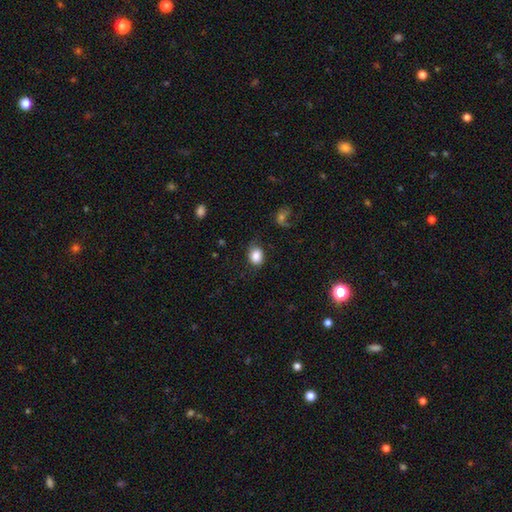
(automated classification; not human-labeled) Q: Smooth or featured?
A: smooth (85%); runner-up: star or artifact (9%)
Q: How rounded?
A: in between (56%); runner-up: round (43%)
Q: Merging?
A: none (70%); runner-up: minor disturbance (20%)